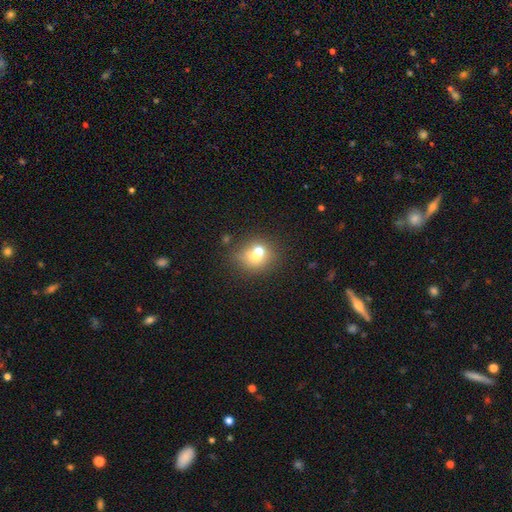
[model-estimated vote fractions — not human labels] Morphology: type=smooth (64%); roundness=round (73%); merging=merger (43%, tied with none).